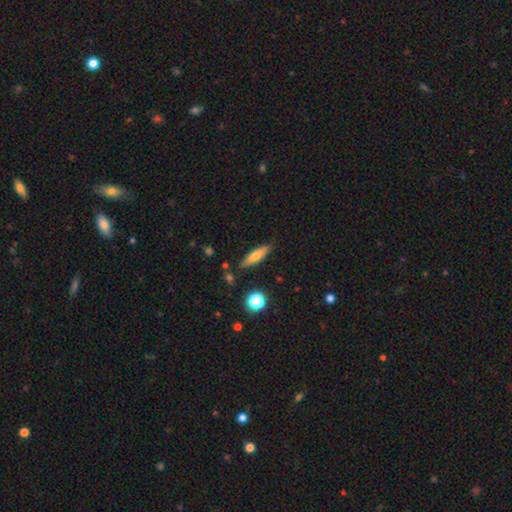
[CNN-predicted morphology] Overall: smooth (60%; featured or disk 32%). How rounded: cigar-shaped (70%). Merging: none (85%).